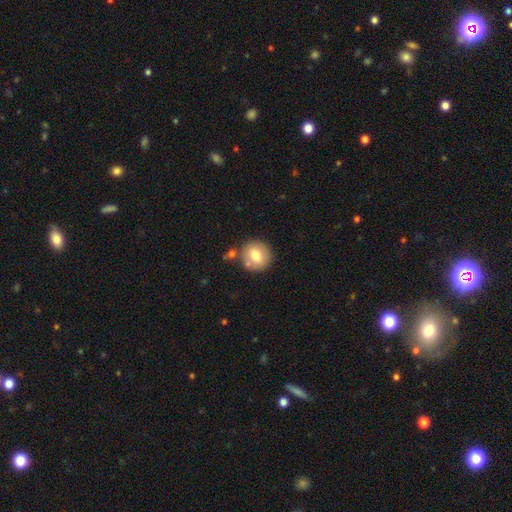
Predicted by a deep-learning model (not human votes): Overall: smooth (72%). How rounded: round (86%). Merging: none (76%).